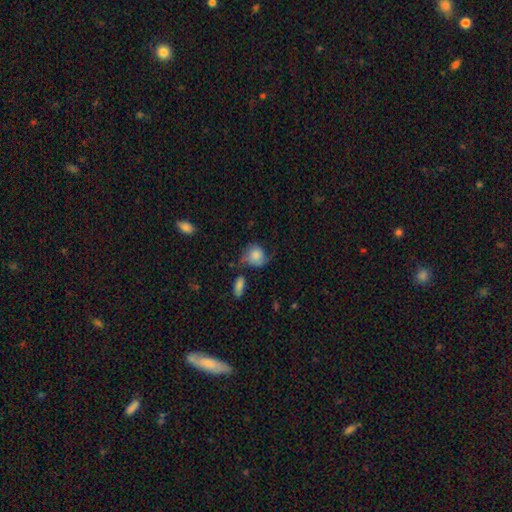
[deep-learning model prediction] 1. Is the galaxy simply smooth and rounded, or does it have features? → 60% smooth, 32% featured or disk, 8% star or artifact.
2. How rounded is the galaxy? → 69% round, 30% in between, 1% cigar-shaped.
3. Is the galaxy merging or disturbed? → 40% none, 32% minor disturbance, 22% major disturbance, 6% merger.